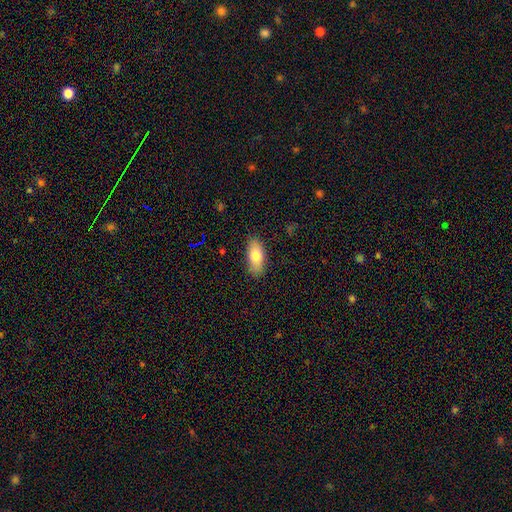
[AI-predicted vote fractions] Smooth or featured?
  - smooth: 78% *
  - featured or disk: 15%
  - star or artifact: 7%
How rounded?
  - in between: 86% *
  - cigar-shaped: 11%
  - round: 3%
Merging?
  - none: 86% *
  - minor disturbance: 11%
  - major disturbance: 2%
  - merger: 1%